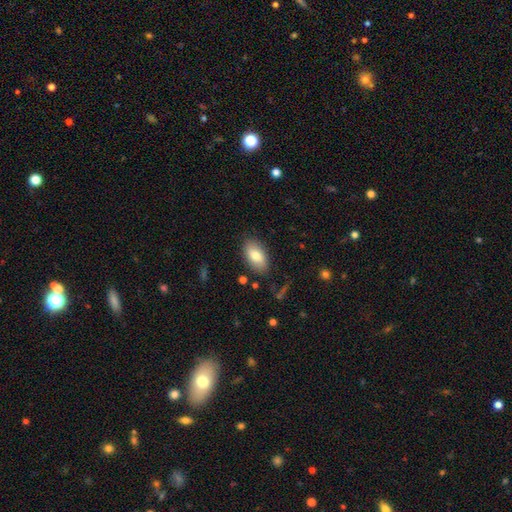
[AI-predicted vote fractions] Overall: smooth (78%). How rounded: in between (93%). Merging: none (84%).